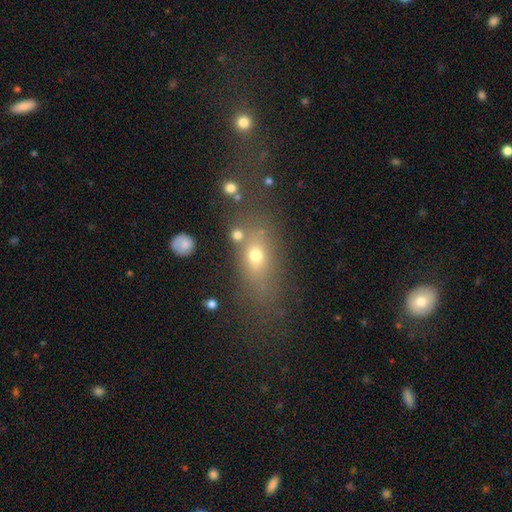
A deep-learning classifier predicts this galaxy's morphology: This appears to be a smooth galaxy with no disk features (61%) that is in between round and cigar-shaped (61%). Merging: none (57%).